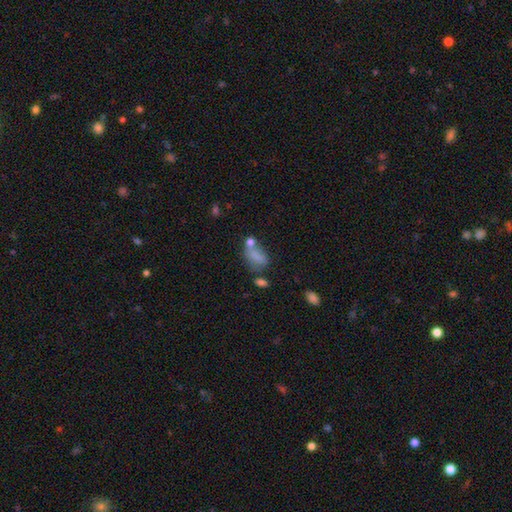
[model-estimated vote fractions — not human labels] This is likely a smooth galaxy (69%). How rounded: clearly in between (80%). Merging: marginally none (32%).